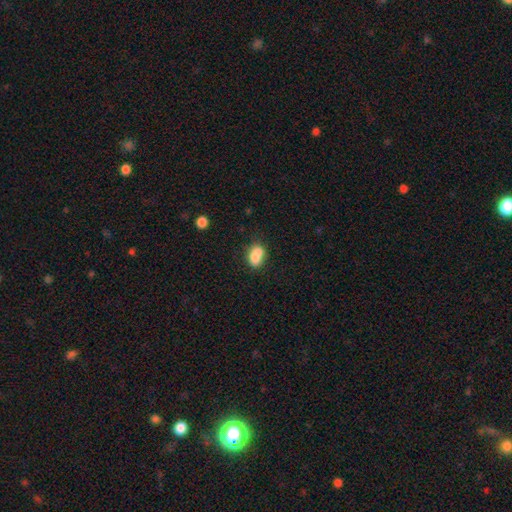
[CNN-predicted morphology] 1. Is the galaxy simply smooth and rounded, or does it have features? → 78% smooth, 13% featured or disk, 9% star or artifact.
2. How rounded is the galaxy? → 79% in between, 18% round, 3% cigar-shaped.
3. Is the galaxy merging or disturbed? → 45% none, 31% merger, 19% minor disturbance, 6% major disturbance.